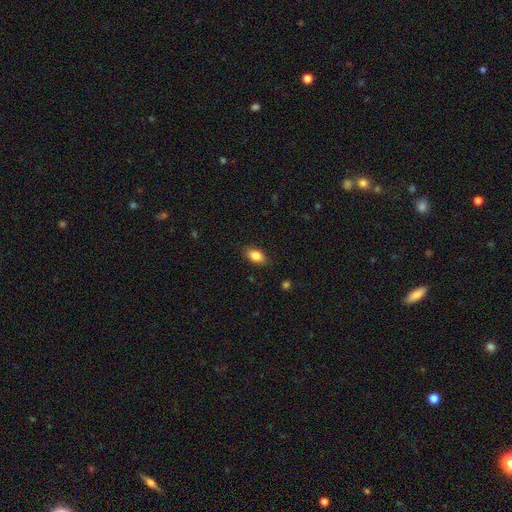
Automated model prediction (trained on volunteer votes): smooth 84%, featured or disk 8%, star or artifact 8%. Down the decision tree: how rounded — in between (89%); merging — none (84%).